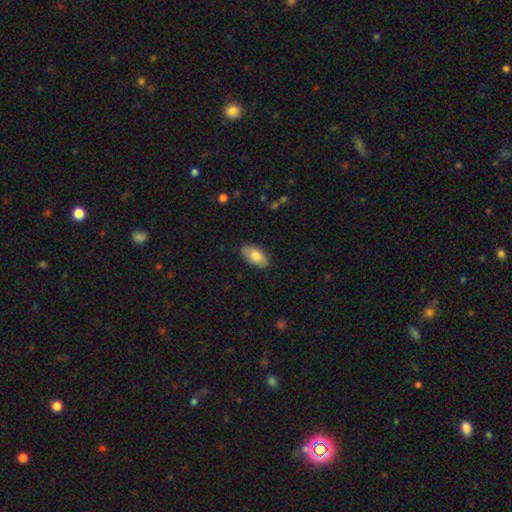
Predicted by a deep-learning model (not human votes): This appears to be a smooth galaxy with no disk features (82%) that is in between round and cigar-shaped (95%). Merging: none (85%).